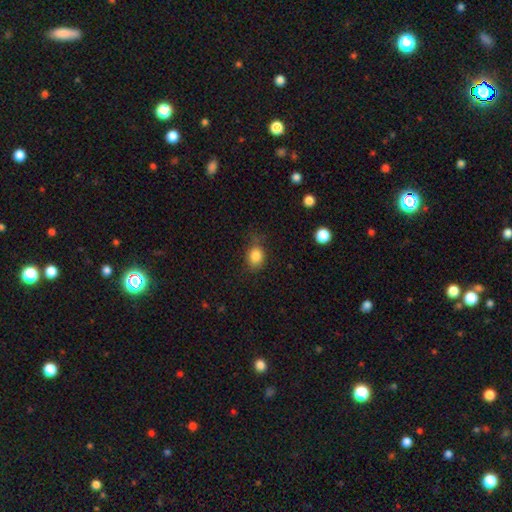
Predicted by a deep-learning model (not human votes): This appears to be a smooth galaxy with no disk features (84%) that is round (53%). Merging: none (64%).